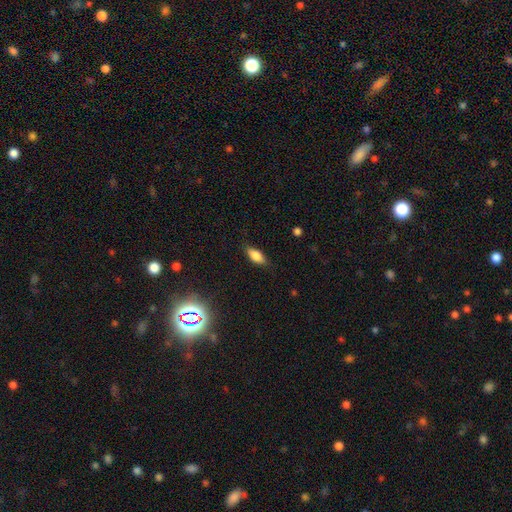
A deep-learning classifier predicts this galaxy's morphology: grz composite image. It shows a smooth galaxy with no disk features (78%) that is in between round and cigar-shaped (81%). Merging: none (83%).